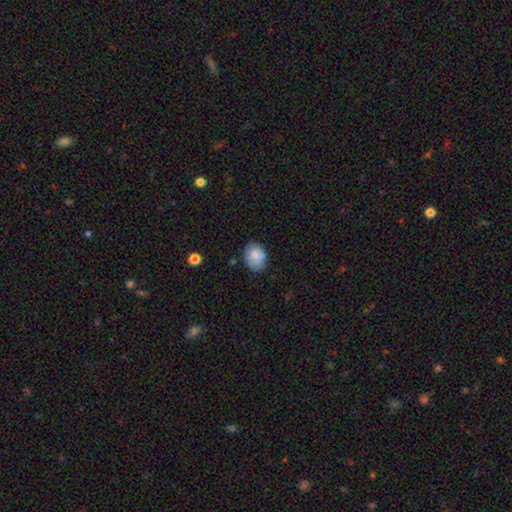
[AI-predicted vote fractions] Overall: smooth (83%). How rounded: in between (62%; round 37%). Merging: none (73%).